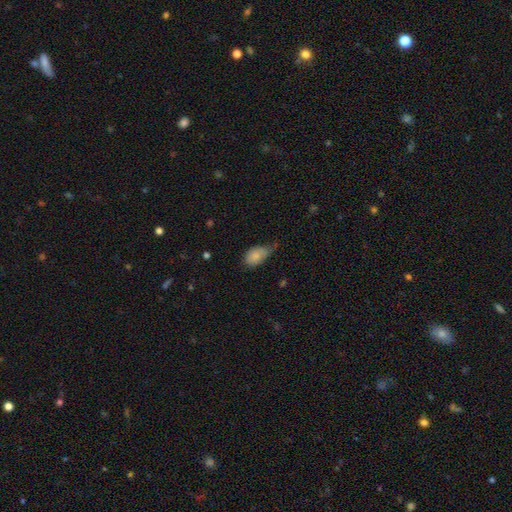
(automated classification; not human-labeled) Overall: smooth (83%). How rounded: in between (89%). Merging: minor disturbance (46%; none 37%).